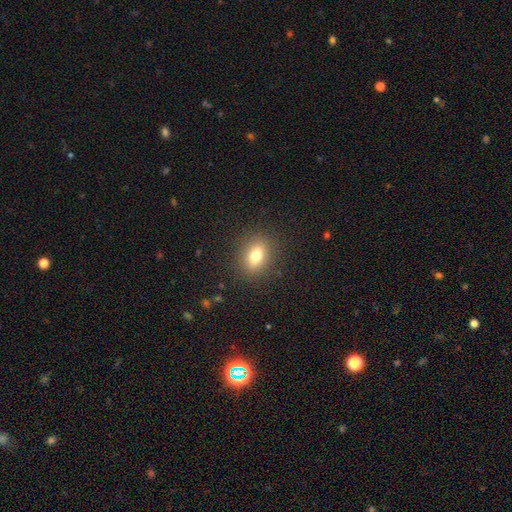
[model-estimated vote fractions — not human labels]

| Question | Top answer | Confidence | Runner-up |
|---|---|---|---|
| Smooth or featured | smooth | 77% | star or artifact (12%) |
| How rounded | in between | 62% | round (36%) |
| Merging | none | 88% | minor disturbance (8%) |